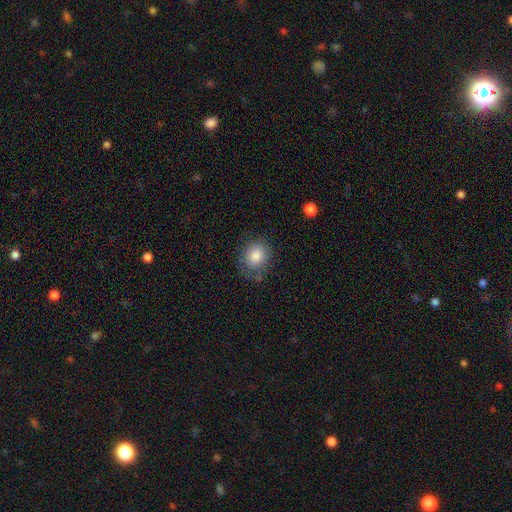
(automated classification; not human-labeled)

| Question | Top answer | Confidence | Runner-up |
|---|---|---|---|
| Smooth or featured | smooth | 83% | star or artifact (9%) |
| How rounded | round | 68% | in between (31%) |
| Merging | none | 70% | minor disturbance (21%) |